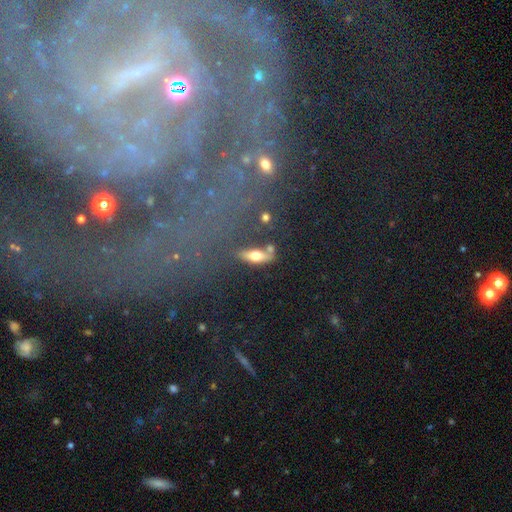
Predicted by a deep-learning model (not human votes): smooth 56%, featured or disk 34%, star or artifact 10%. Down the decision tree: how rounded — in between (56%); merging — none (67%).